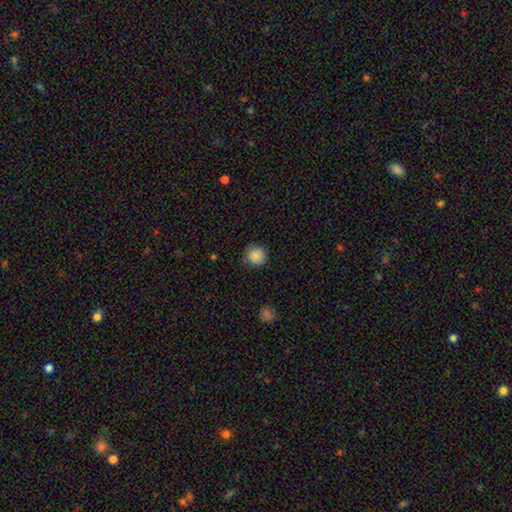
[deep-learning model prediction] Smooth or featured? Predicted: smooth (p=0.87). How rounded? Predicted: round (p=0.94). Merging? Predicted: none (p=0.86).